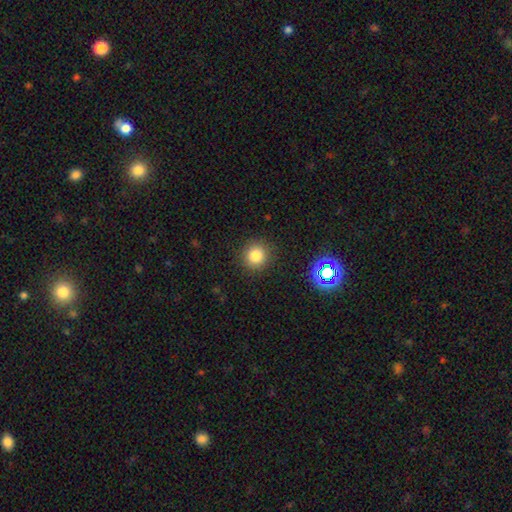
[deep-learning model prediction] Smooth or featured? Predicted: smooth (p=0.80). How rounded? Predicted: round (p=0.91). Merging? Predicted: none (p=0.90).